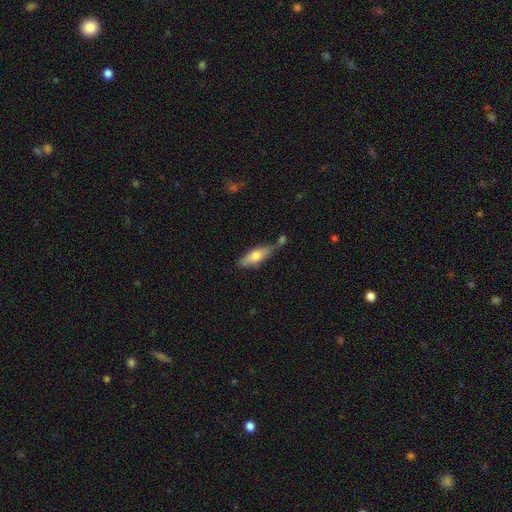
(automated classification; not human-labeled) Q: Smooth or featured?
A: smooth (68%); runner-up: featured or disk (26%)
Q: How rounded?
A: in between (53%); runner-up: cigar-shaped (44%)
Q: Merging?
A: none (60%); runner-up: minor disturbance (20%)